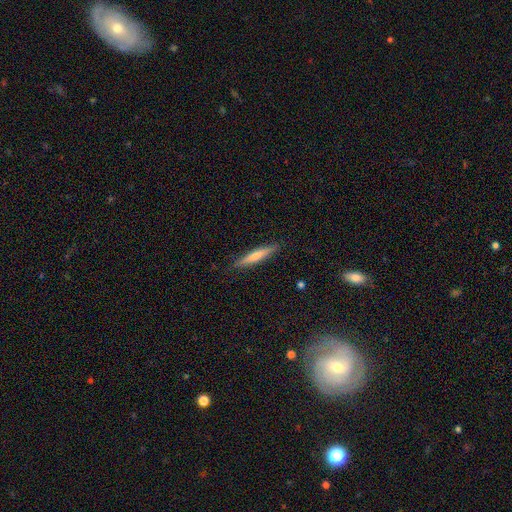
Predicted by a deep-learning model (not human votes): Smooth or featured?
  - smooth: 53% *
  - featured or disk: 40%
  - star or artifact: 6%
How rounded?
  - cigar-shaped: 93% *
  - in between: 6%
  - round: 1%
Merging?
  - none: 89% *
  - minor disturbance: 8%
  - major disturbance: 2%
  - merger: 1%